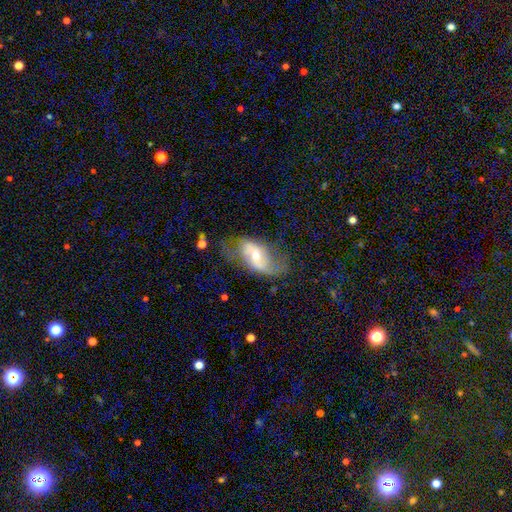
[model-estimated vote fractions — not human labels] Smooth or featured?
  - featured or disk: 73% *
  - smooth: 19%
  - star or artifact: 7%
Edge-on disk?
  - no: 94% *
  - yes: 6%
Bar?
  - weak: 40% *
  - no: 35%
  - strong: 24%
Spiral arms?
  - yes: 84% *
  - no: 16%
Spiral winding?
  - loose: 62% *
  - medium: 28%
  - tight: 10%
Spiral arm count?
  - 2: 81% *
  - can't tell: 10%
  - 1: 6%
  - 3: 1%
  - 4: 1%
  - more than 4: 1%
Bulge size?
  - moderate: 50% *
  - small: 45%
  - large: 3%
  - none: 1%
  - dominant: 1%
Merging?
  - none: 54% *
  - minor disturbance: 25%
  - major disturbance: 18%
  - merger: 3%